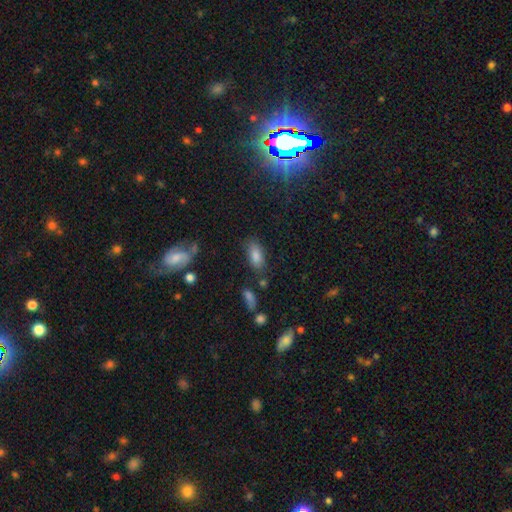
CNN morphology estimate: Smooth or featured? smooth (82%)
How rounded? in between (89%)
Merging? none (73%)